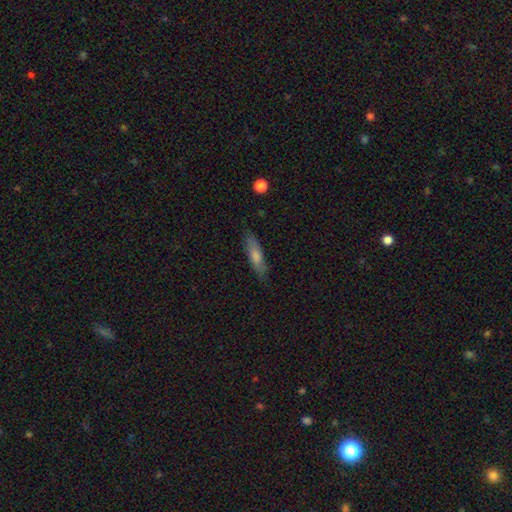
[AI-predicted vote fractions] Smooth or featured? Predicted: smooth (p=0.70). How rounded? Predicted: cigar-shaped (p=0.68). Merging? Predicted: none (p=0.82).